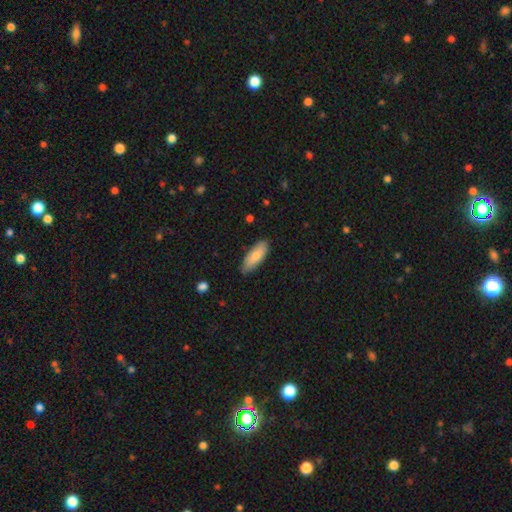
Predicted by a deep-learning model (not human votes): This appears to be a smooth galaxy with no disk features (80%) that is in between round and cigar-shaped (67%). Merging: none (82%).